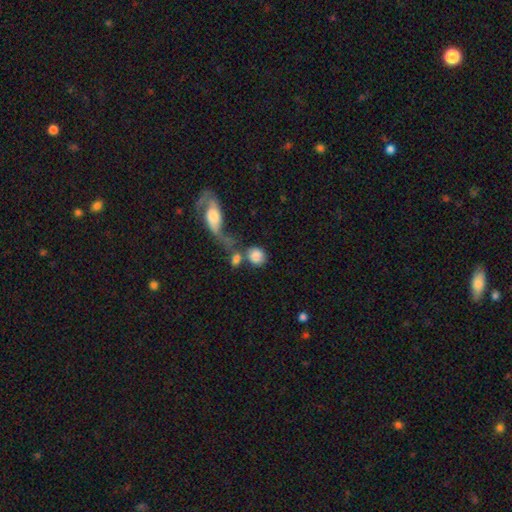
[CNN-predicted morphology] Q: Smooth or featured?
A: smooth (80%); runner-up: featured or disk (13%)
Q: How rounded?
A: round (68%); runner-up: in between (30%)
Q: Merging?
A: merger (39%); runner-up: none (38%)